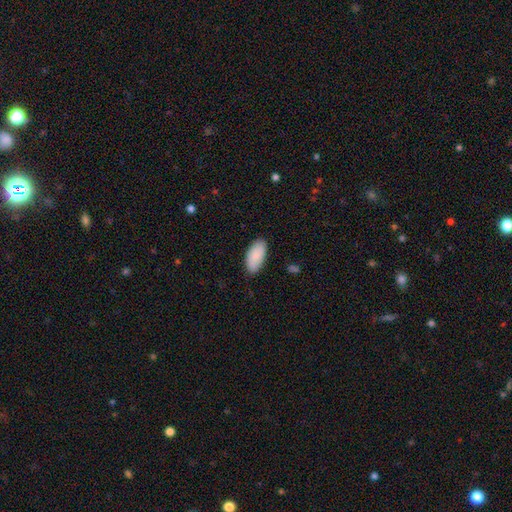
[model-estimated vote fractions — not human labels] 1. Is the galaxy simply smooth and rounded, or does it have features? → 89% smooth, 6% star or artifact, 5% featured or disk.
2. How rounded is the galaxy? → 94% in between, 4% cigar-shaped, 2% round.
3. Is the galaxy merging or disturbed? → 84% none, 13% minor disturbance, 2% major disturbance, 1% merger.